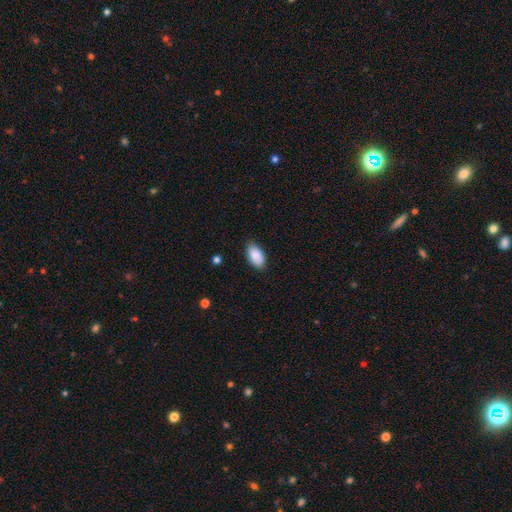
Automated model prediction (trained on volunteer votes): smooth 88%, star or artifact 6%, featured or disk 5%. Down the decision tree: how rounded — in between (94%); merging — none (83%).